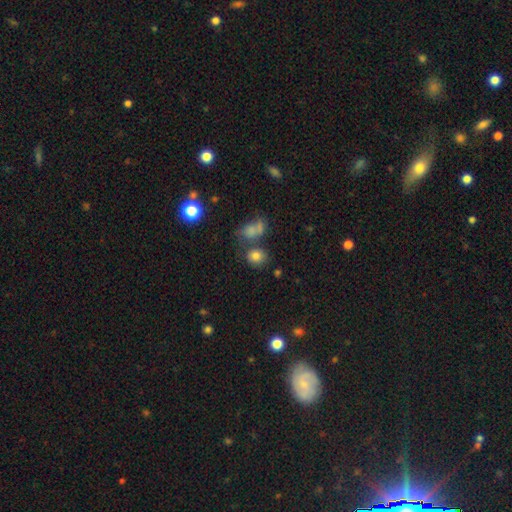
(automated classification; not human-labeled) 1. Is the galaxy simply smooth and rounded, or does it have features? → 79% smooth, 13% star or artifact, 9% featured or disk.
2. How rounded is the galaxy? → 61% round, 37% in between, 1% cigar-shaped.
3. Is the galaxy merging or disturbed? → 63% none, 18% merger, 13% minor disturbance, 6% major disturbance.